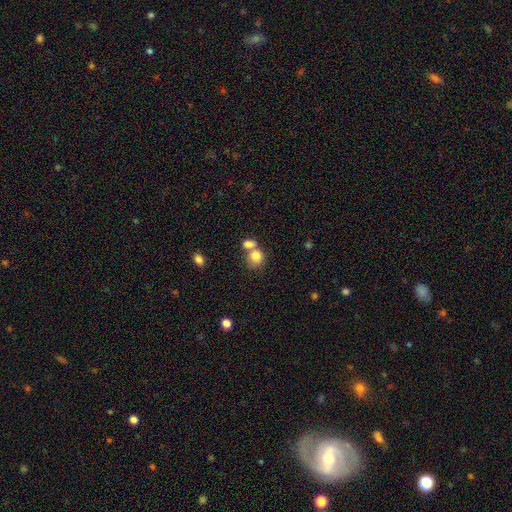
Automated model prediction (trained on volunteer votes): A smooth galaxy with no disk features (81%) that is round (67%). Merging: merger (51%).